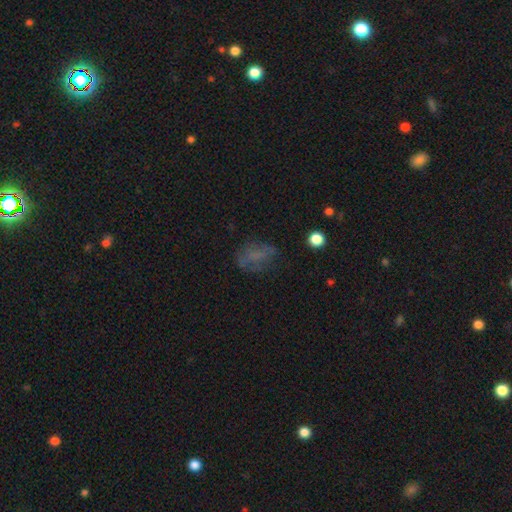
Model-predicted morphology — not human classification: smooth_or_featured: smooth (p=0.53) [alt: featured or disk p=0.28]
how_rounded: in between (p=0.77) [alt: round p=0.17]
merging: none (p=0.58) [alt: minor disturbance p=0.22]